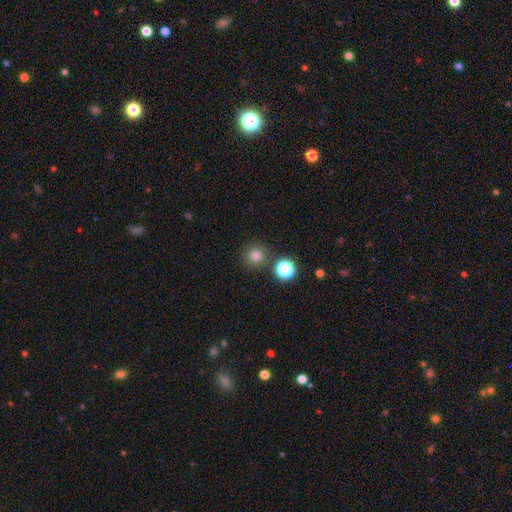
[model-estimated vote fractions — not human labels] A smooth galaxy with no disk features (79%) that is round (94%).

Vote fractions:
- Smooth or featured? smooth: 79% / star or artifact: 16% / featured or disk: 5%
- How rounded? round: 94% / in between: 6% / cigar-shaped: 1%
- Merging? none: 83% / minor disturbance: 8% / merger: 7% / major disturbance: 3%